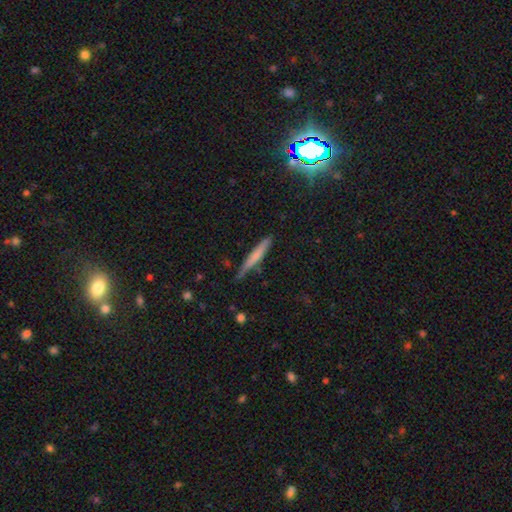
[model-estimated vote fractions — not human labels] smooth-or-featured: smooth: 60% | featured or disk: 33% | star or artifact: 7%
  how-rounded: cigar-shaped: 95% | in between: 4% | round: 2%
  merging: none: 80% | minor disturbance: 15% | major disturbance: 3% | merger: 2%